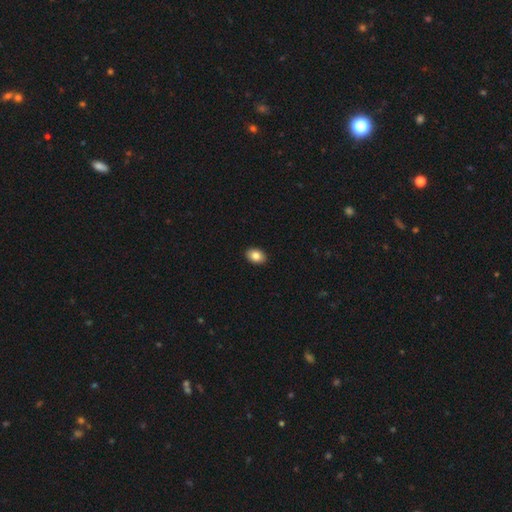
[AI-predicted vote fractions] A smooth galaxy with no disk features (85%) that is in between round and cigar-shaped (81%).

Vote fractions:
- Smooth or featured? smooth: 85% / star or artifact: 8% / featured or disk: 7%
- How rounded? in between: 81% / round: 18% / cigar-shaped: 1%
- Merging? none: 92% / minor disturbance: 6% / major disturbance: 1% / merger: 1%